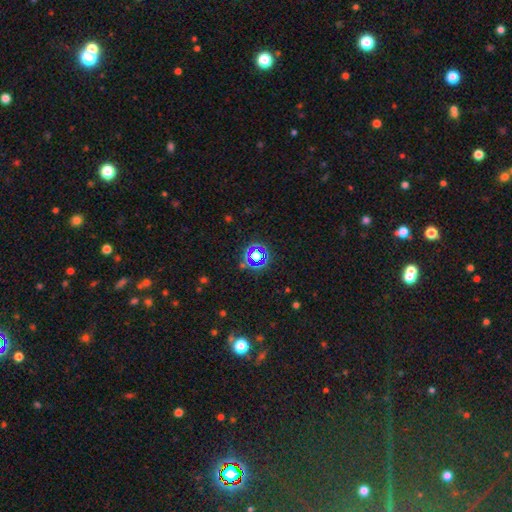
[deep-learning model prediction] A star or artifact, not a galaxy (67%).

Vote fractions:
- Smooth or featured? star or artifact: 67% / smooth: 22% / featured or disk: 11%